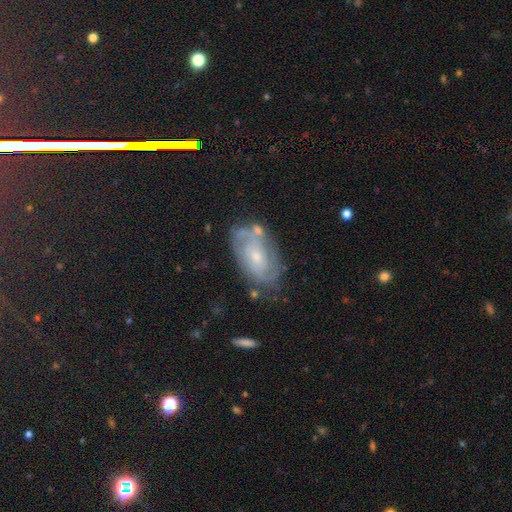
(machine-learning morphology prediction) smooth_or_featured: featured or disk (p=0.70) [alt: smooth p=0.21]
disk_edge_on: no (p=0.94) [alt: yes p=0.06]
bar: no (p=0.69) [alt: weak p=0.27]
has_spiral_arms: yes (p=0.82) [alt: no p=0.18]
spiral_winding: tight (p=0.59) [alt: medium p=0.31]
spiral_arm_count: can't tell (p=0.49) [alt: 2 p=0.31]
bulge_size: small (p=0.61) [alt: moderate p=0.33]
merging: none (p=0.63) [alt: minor disturbance p=0.22]